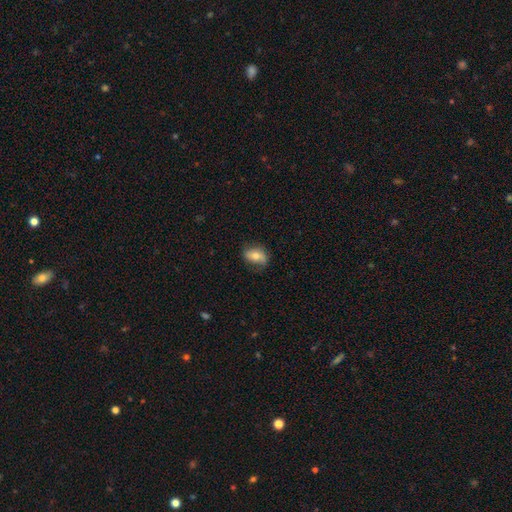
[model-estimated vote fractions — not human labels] smooth-or-featured: smooth: 61% | featured or disk: 31% | star or artifact: 8%
  how-rounded: in between: 80% | round: 17% | cigar-shaped: 3%
  merging: none: 72% | minor disturbance: 21% | major disturbance: 6% | merger: 1%